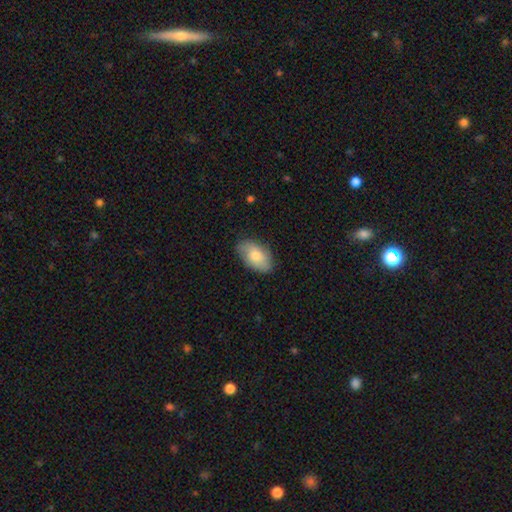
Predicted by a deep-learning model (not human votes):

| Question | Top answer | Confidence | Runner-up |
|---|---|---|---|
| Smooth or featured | smooth | 75% | featured or disk (19%) |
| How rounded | in between | 93% | round (5%) |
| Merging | none | 80% | minor disturbance (16%) |